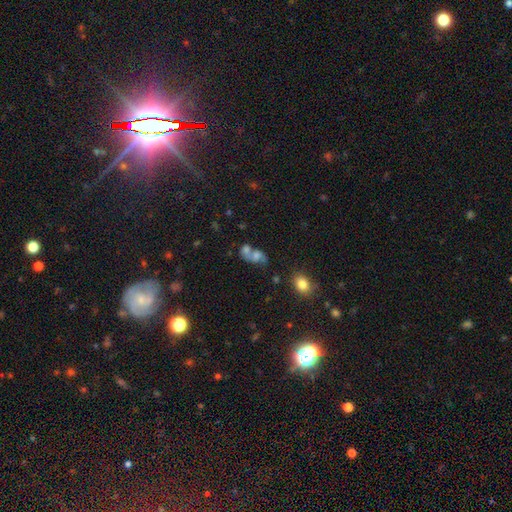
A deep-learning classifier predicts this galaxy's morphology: A smooth galaxy with no disk features (46%). Merging: merger (56%).